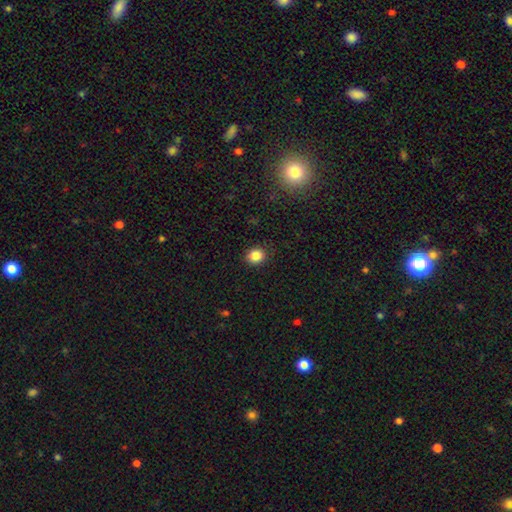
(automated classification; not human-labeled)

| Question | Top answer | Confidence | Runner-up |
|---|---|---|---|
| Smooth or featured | smooth | 85% | star or artifact (11%) |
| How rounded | round | 75% | in between (24%) |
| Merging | none | 90% | minor disturbance (7%) |